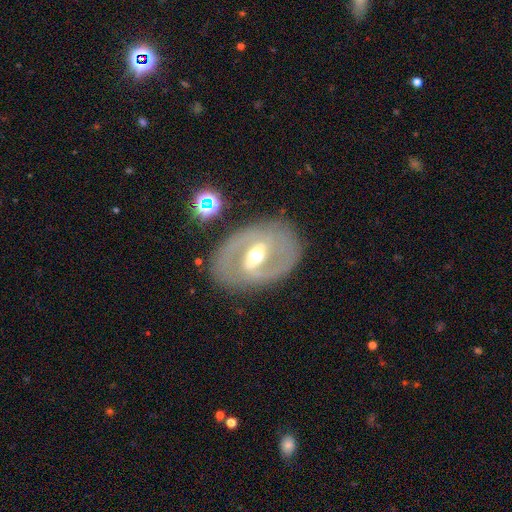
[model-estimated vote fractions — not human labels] This appears to be a featured or disk galaxy (80%) with a strong bar (49%), spiral arms (65%) and a moderate central bulge (70%). Merging: none (80%).